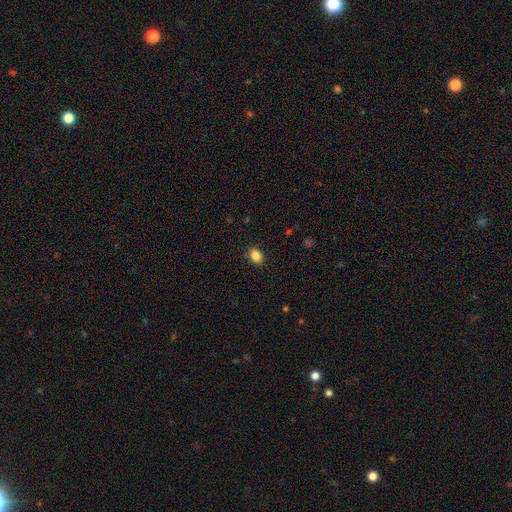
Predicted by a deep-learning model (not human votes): Smooth or featured? smooth (86%)
How rounded? in between (80%)
Merging? none (88%)